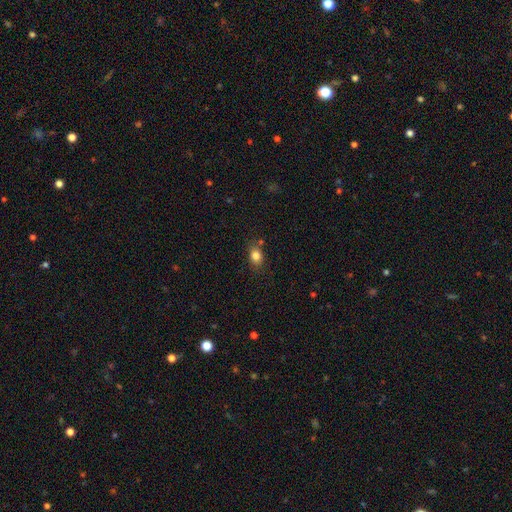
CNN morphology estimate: This appears to be a smooth galaxy with no disk features (82%) that is in between round and cigar-shaped (67%). Merging: none (75%).